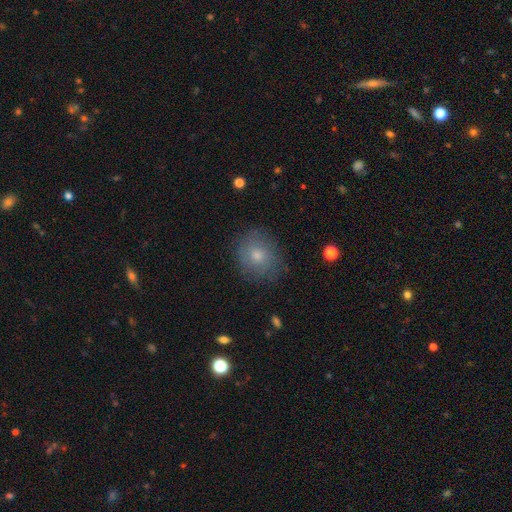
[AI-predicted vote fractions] Smooth or featured? Predicted: smooth (p=0.64). How rounded? Predicted: round (p=0.77). Merging? Predicted: none (p=0.82).